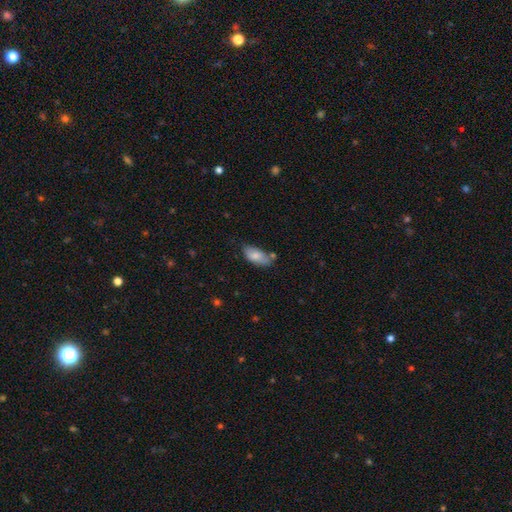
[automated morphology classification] Smooth or featured?
  - smooth: 78% *
  - featured or disk: 15%
  - star or artifact: 7%
How rounded?
  - in between: 89% *
  - cigar-shaped: 8%
  - round: 2%
Merging?
  - none: 54% *
  - minor disturbance: 29%
  - merger: 11%
  - major disturbance: 6%